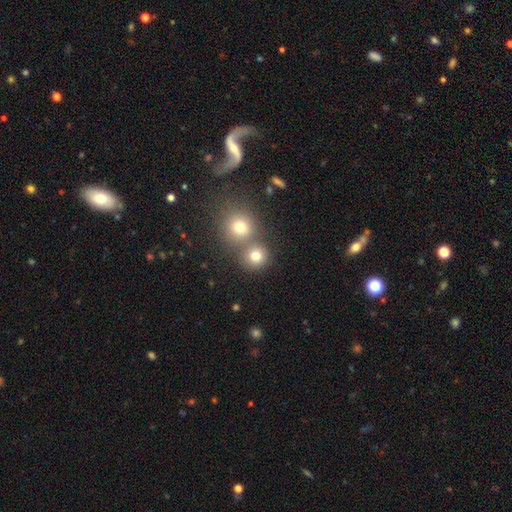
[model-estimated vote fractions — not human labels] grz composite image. It shows a smooth galaxy with no disk features (78%) that is round (89%). Merging: none (61%).